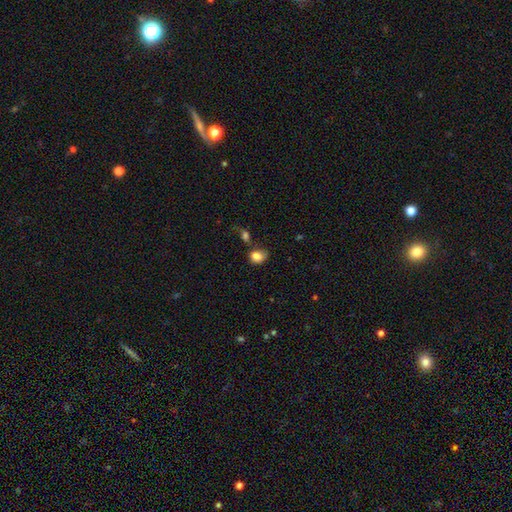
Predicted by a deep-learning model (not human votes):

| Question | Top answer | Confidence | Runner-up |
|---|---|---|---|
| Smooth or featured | smooth | 82% | star or artifact (9%) |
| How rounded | in between | 51% | round (48%) |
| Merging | none | 45% | minor disturbance (23%) |